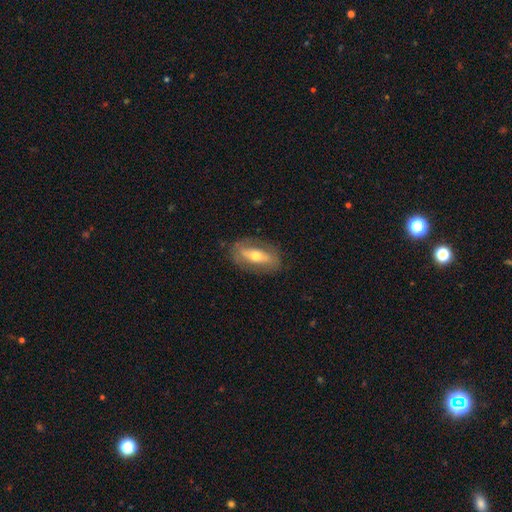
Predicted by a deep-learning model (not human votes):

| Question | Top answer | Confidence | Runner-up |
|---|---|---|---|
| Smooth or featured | featured or disk | 54% | smooth (39%) |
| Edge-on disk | no | 67% | yes (33%) |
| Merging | none | 80% | minor disturbance (14%) |